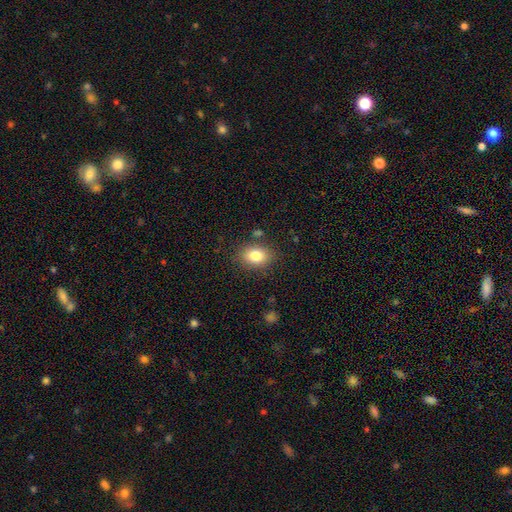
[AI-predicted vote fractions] smooth 81%, star or artifact 10%, featured or disk 10%. Down the decision tree: how rounded — in between (71%); merging — none (82%).